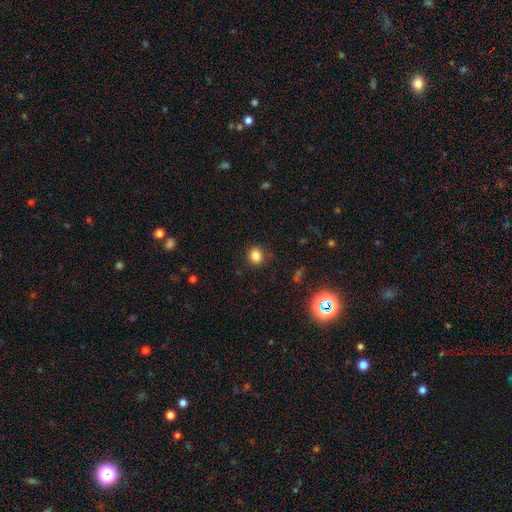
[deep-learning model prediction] Morphology: type=smooth (83%); roundness=round (82%); merging=none (84%).